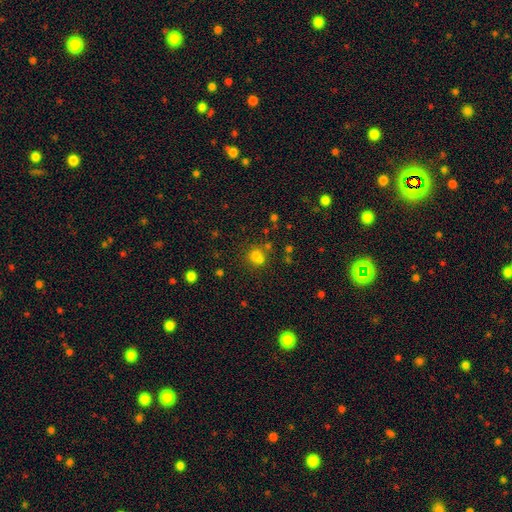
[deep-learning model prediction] A smooth galaxy with no disk features (71%) that is round (71%). Merging: none (52%).